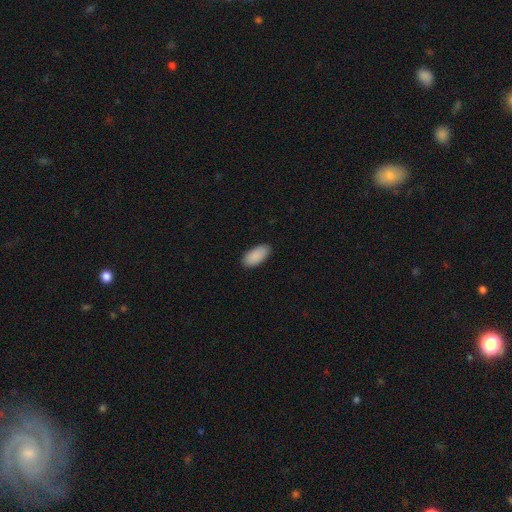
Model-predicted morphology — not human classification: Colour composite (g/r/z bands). It shows a smooth galaxy with no disk features (91%) that is in between round and cigar-shaped (94%). Merging: none (87%).